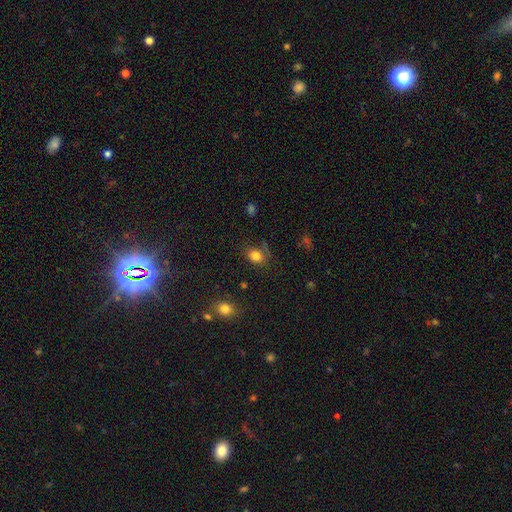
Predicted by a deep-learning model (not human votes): Q: Smooth or featured?
A: smooth (81%); runner-up: star or artifact (12%)
Q: How rounded?
A: in between (60%); runner-up: round (39%)
Q: Merging?
A: none (70%); runner-up: minor disturbance (20%)